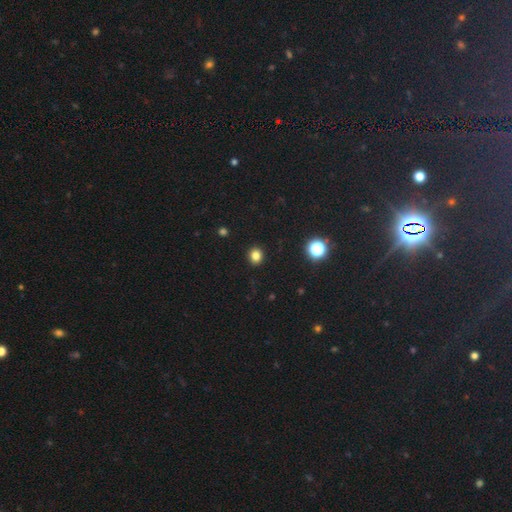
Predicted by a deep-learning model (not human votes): Smooth or featured?
  - smooth: 81% *
  - star or artifact: 14%
  - featured or disk: 5%
How rounded?
  - round: 75% *
  - in between: 24%
  - cigar-shaped: 1%
Merging?
  - none: 91% *
  - minor disturbance: 6%
  - major disturbance: 2%
  - merger: 1%